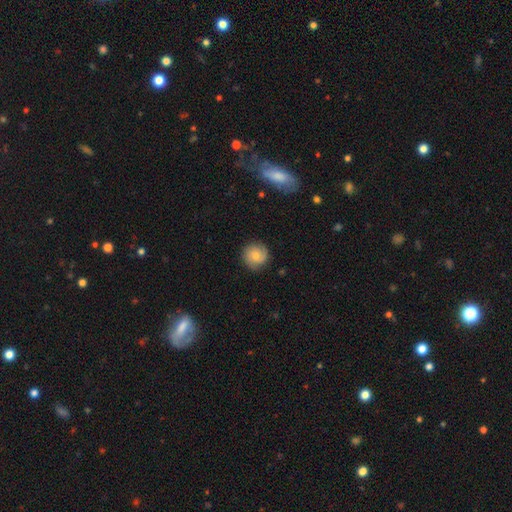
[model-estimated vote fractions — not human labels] Smooth or featured: smooth — 65% (featured or disk — 28%)
How rounded: round — 93% (in between — 6%)
Merging: none — 83% (minor disturbance — 13%)